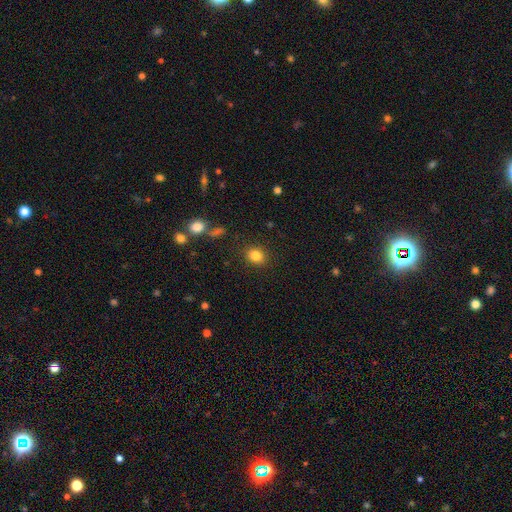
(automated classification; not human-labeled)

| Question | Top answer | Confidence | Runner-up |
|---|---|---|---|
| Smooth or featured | smooth | 84% | star or artifact (11%) |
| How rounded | round | 65% | in between (34%) |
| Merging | none | 87% | minor disturbance (8%) |